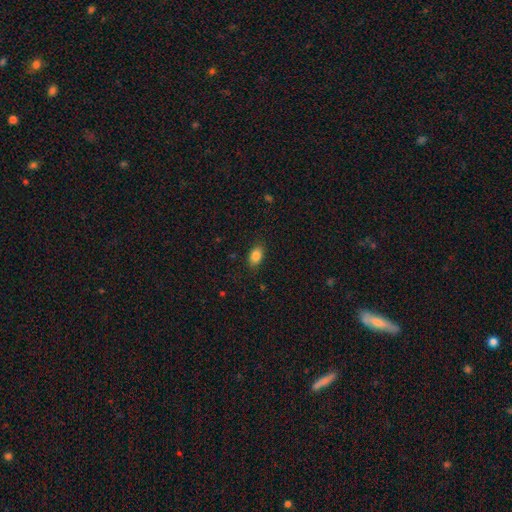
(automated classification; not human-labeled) A smooth galaxy with no disk features (85%) that is in between round and cigar-shaped (87%). Merging: none (85%).